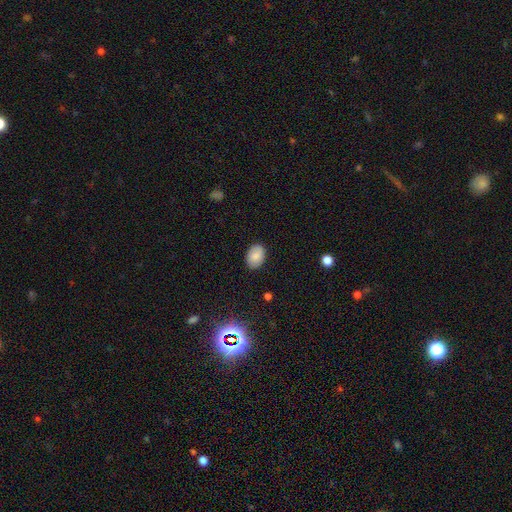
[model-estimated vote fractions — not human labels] Smooth or featured?
  - smooth: 85% *
  - star or artifact: 8%
  - featured or disk: 7%
How rounded?
  - in between: 83% *
  - round: 16%
  - cigar-shaped: 1%
Merging?
  - none: 87% *
  - minor disturbance: 10%
  - major disturbance: 2%
  - merger: 1%